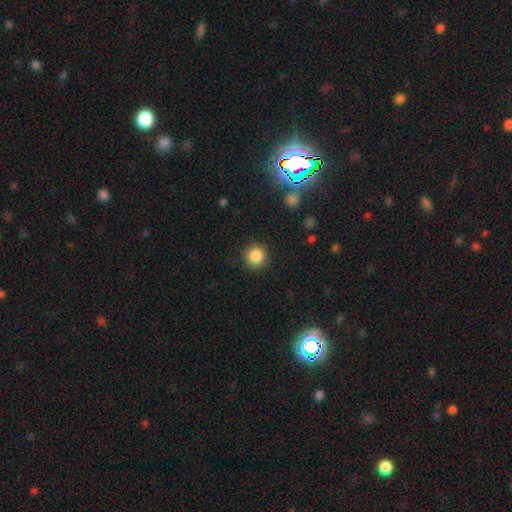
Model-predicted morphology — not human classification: Smooth or featured? Predicted: smooth (p=0.86). How rounded? Predicted: round (p=0.93). Merging? Predicted: none (p=0.90).